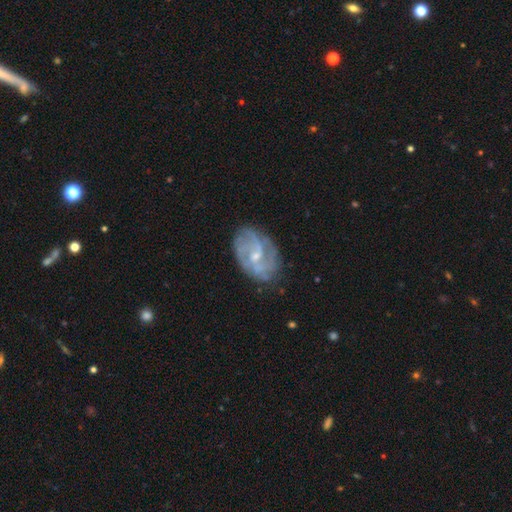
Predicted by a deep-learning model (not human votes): featured or disk 80%, smooth 13%, star or artifact 7%. Down the decision tree: edge-on disk — no (97%); bar — weak (53%); spiral arms — yes (91%); spiral arm count — 2 (34%); spiral winding — medium (44%); bulge size — small (57%); merging — none (72%).